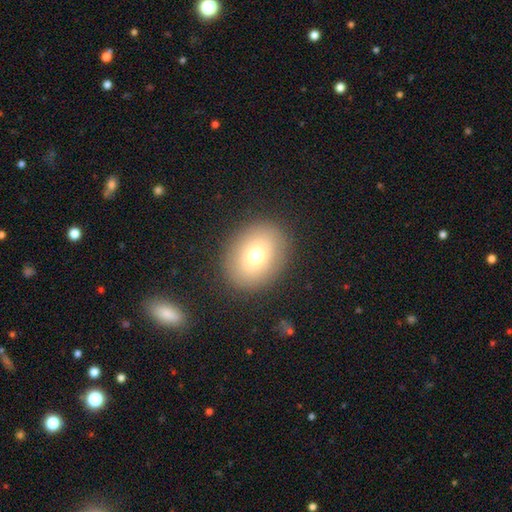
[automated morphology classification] type=smooth (73%); roundness=in between (53%); merging=none (87%).